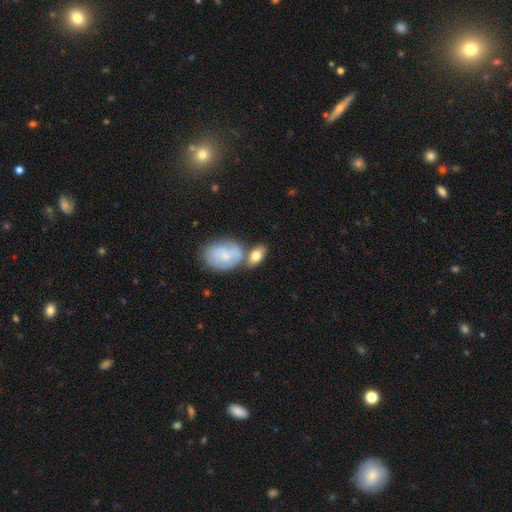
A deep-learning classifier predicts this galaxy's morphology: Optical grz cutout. It shows a smooth galaxy with no disk features (73%) that is in between round and cigar-shaped (87%). Merging: none (45%).